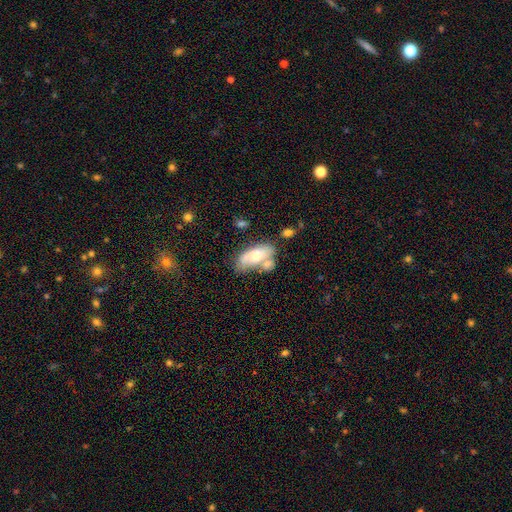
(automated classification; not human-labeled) Overall: smooth (64%; featured or disk 29%). How rounded: in between (87%). Merging: none (36%; merger 35%).